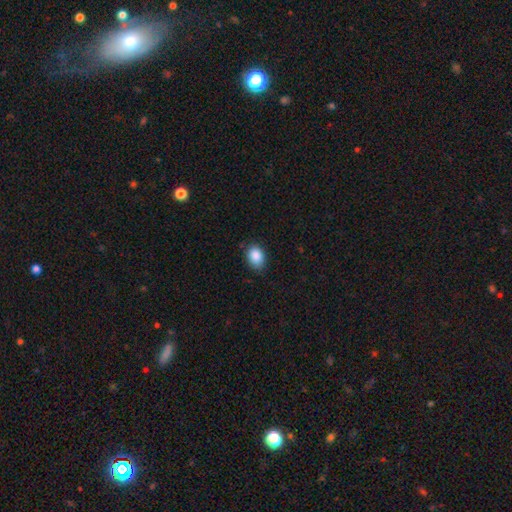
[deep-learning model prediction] The model was most divided on "how rounded": in between: 74%, round: 25%, cigar-shaped: 1%. More confident: smooth or featured — smooth (88%); merging — none (79%).